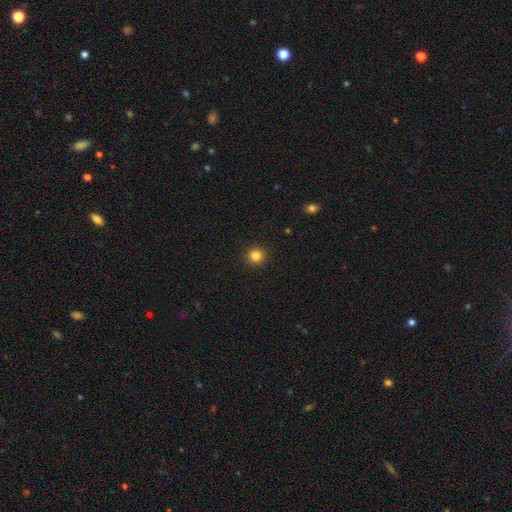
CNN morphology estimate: This is clearly a smooth galaxy (84%). How rounded: clearly round (93%). Merging: clearly none (92%).